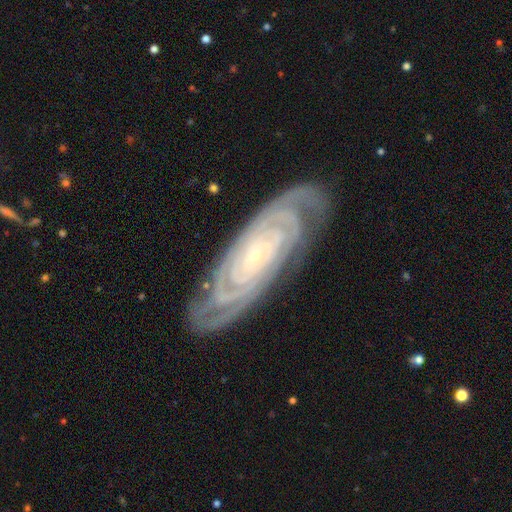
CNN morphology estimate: smooth_or_featured: featured or disk (p=0.89) [alt: star or artifact p=0.05]
disk_edge_on: no (p=0.92) [alt: yes p=0.08]
bar: no (p=0.65) [alt: weak p=0.23]
has_spiral_arms: yes (p=0.98) [alt: no p=0.02]
spiral_winding: tight (p=0.85) [alt: medium p=0.14]
spiral_arm_count: 2 (p=0.21) [tied with: can't tell p=0.21]
bulge_size: small (p=0.83) [alt: moderate p=0.11]
merging: none (p=0.81) [alt: minor disturbance p=0.14]